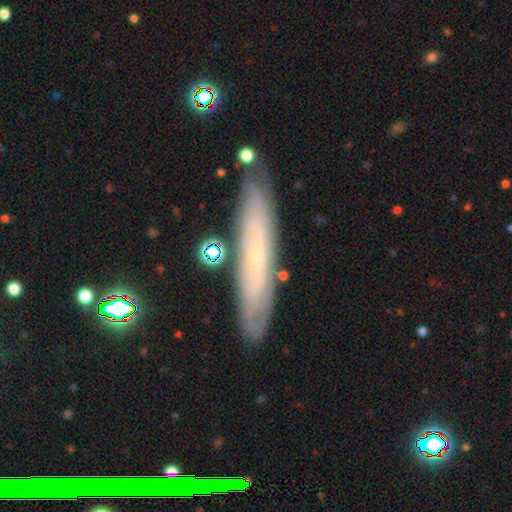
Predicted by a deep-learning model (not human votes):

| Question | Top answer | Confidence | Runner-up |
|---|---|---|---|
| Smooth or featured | featured or disk | 55% | smooth (36%) |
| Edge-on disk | yes | 62% | no (38%) |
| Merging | none | 85% | minor disturbance (11%) |